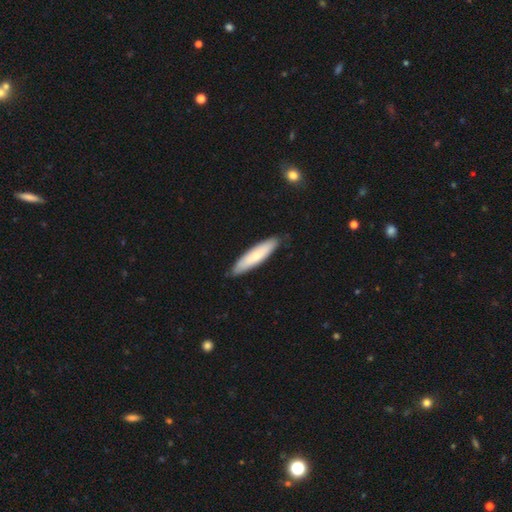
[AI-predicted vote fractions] Morphology: type=smooth (70%); roundness=cigar-shaped (74%); merging=none (86%).